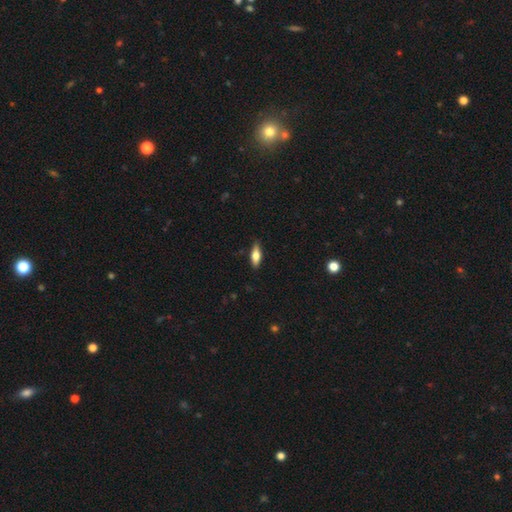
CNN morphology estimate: Overall: smooth (60%; featured or disk 33%). How rounded: in between (59%; cigar-shaped 38%). Merging: none (86%).